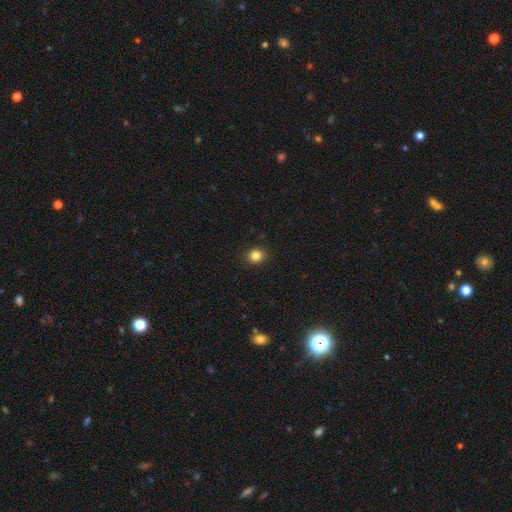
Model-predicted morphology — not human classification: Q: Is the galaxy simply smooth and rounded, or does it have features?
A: smooth — 84%.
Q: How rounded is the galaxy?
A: round — 79%.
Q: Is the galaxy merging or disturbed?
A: none — 92%.